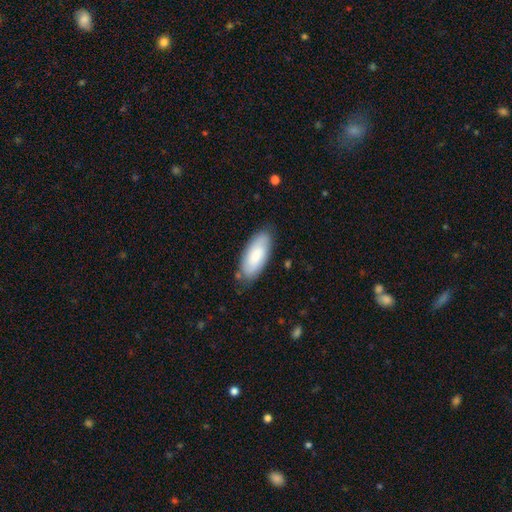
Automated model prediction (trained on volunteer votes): Smooth or featured?
  - smooth: 77% *
  - featured or disk: 18%
  - star or artifact: 6%
How rounded?
  - in between: 83% *
  - cigar-shaped: 15%
  - round: 2%
Merging?
  - none: 80% *
  - minor disturbance: 16%
  - major disturbance: 3%
  - merger: 2%